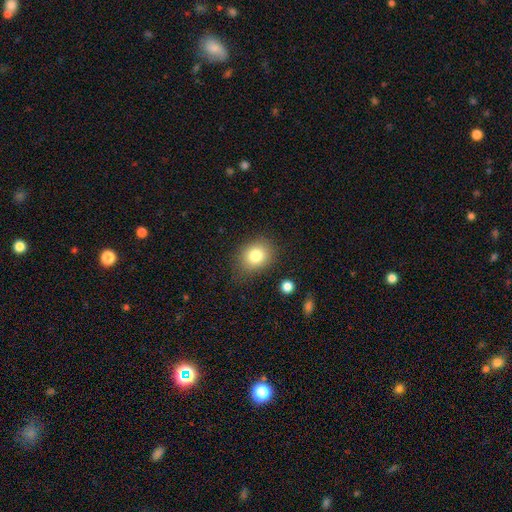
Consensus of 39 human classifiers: Q: Smooth or featured?
A: smooth (90%); runner-up: featured or disk (8%)
Q: How rounded?
A: round (63%); runner-up: in between (37%)
Q: Merging?
A: none (63%); runner-up: minor disturbance (26%)